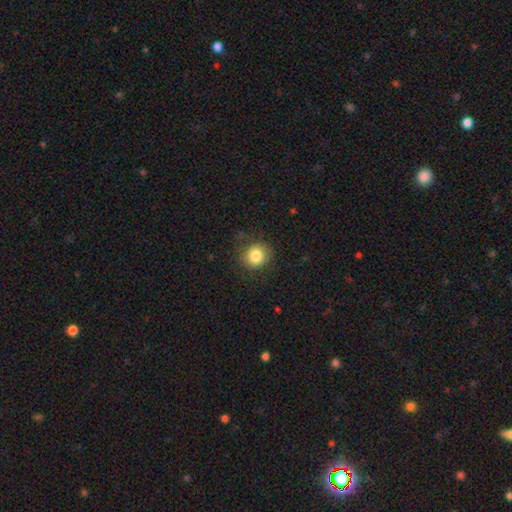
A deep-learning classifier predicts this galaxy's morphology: smooth 83%, star or artifact 10%, featured or disk 7%. Down the decision tree: how rounded — round (87%); merging — none (81%).